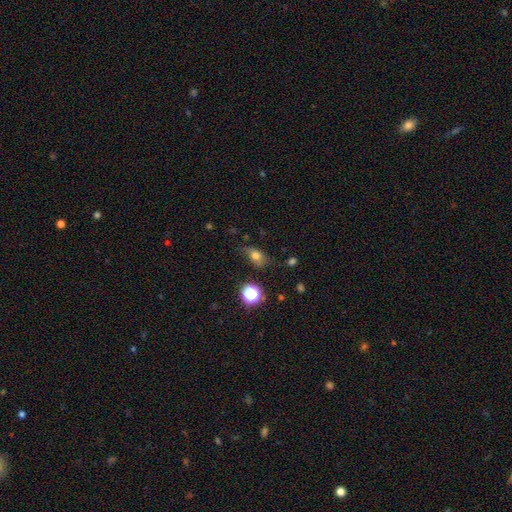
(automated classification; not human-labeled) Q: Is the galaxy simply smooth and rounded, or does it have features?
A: smooth — 70%.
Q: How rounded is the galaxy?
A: in between — 71%.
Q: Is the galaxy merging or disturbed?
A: none — 61%.